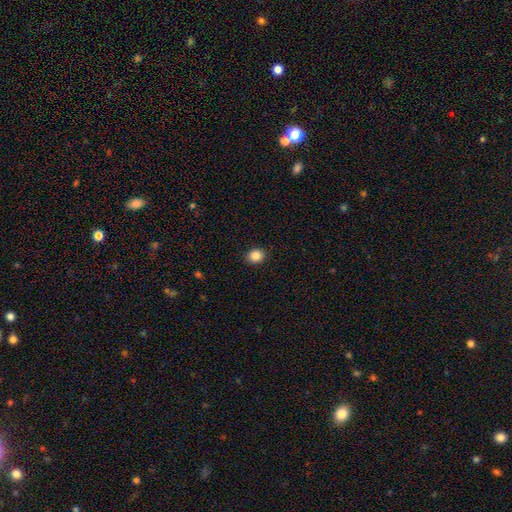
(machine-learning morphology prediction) The model was most divided on "how rounded": round: 62%, in between: 37%, cigar-shaped: 1%. More confident: merging — none (91%); smooth or featured — smooth (86%).